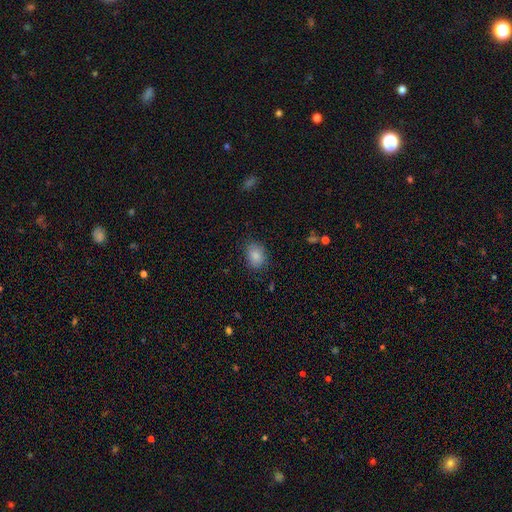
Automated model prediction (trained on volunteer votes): Morphology: type=smooth (86%); roundness=in between (68%); merging=none (81%).